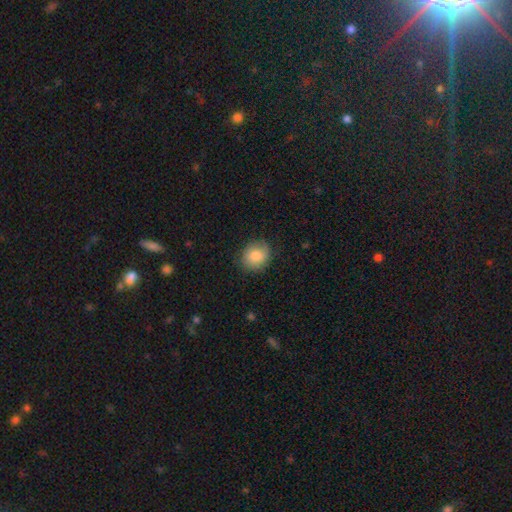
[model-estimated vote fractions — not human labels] Smooth or featured? smooth (82%)
How rounded? round (75%)
Merging? none (81%)